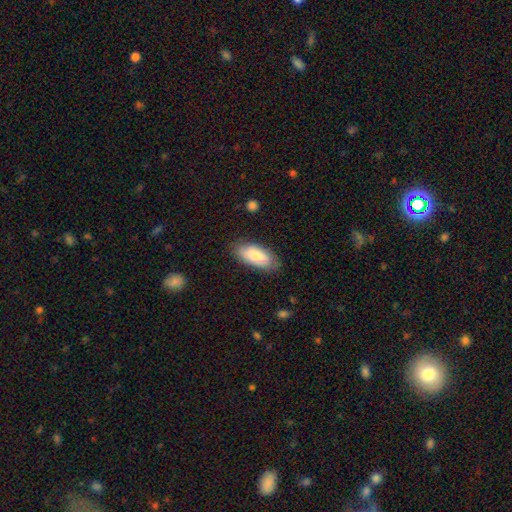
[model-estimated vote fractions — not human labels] A smooth galaxy with no disk features (76%) that is in between round and cigar-shaped (87%).

Vote fractions:
- Smooth or featured? smooth: 76% / featured or disk: 18% / star or artifact: 6%
- How rounded? in between: 87% / cigar-shaped: 10% / round: 2%
- Merging? none: 78% / minor disturbance: 17% / major disturbance: 4% / merger: 1%